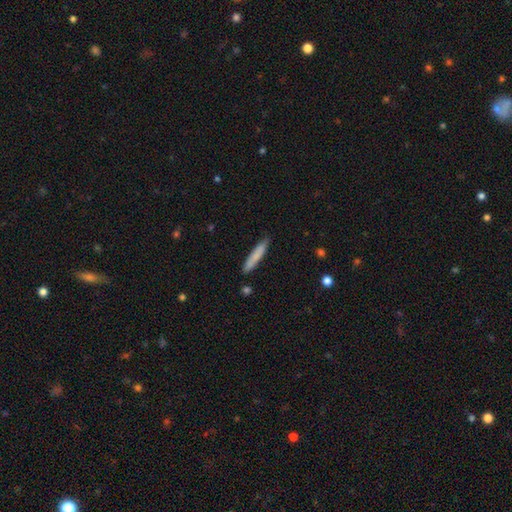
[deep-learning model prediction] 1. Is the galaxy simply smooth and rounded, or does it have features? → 78% smooth, 16% featured or disk, 6% star or artifact.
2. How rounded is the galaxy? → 92% cigar-shaped, 7% in between, 1% round.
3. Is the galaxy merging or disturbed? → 85% none, 11% minor disturbance, 2% merger, 2% major disturbance.